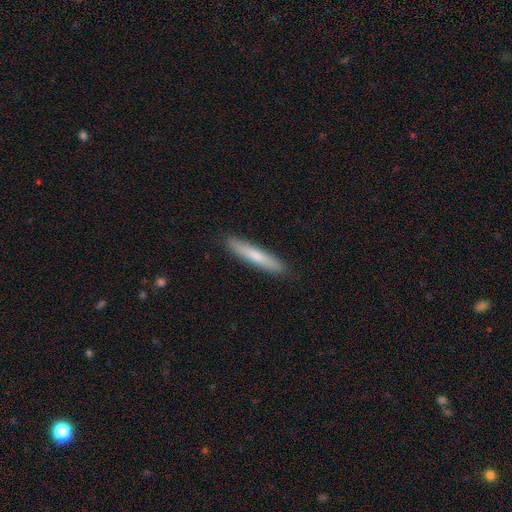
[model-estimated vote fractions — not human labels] The model was most divided on "smooth or featured": smooth: 72%, featured or disk: 23%, star or artifact: 5%. More confident: how rounded — cigar-shaped (92%); merging — none (89%).